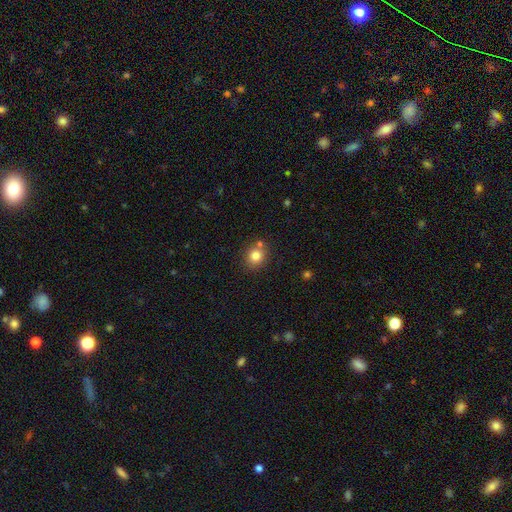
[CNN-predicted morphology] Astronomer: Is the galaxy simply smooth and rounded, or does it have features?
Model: smooth — 81%.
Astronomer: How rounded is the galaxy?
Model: round — 81%.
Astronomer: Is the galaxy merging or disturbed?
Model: none — 77%.